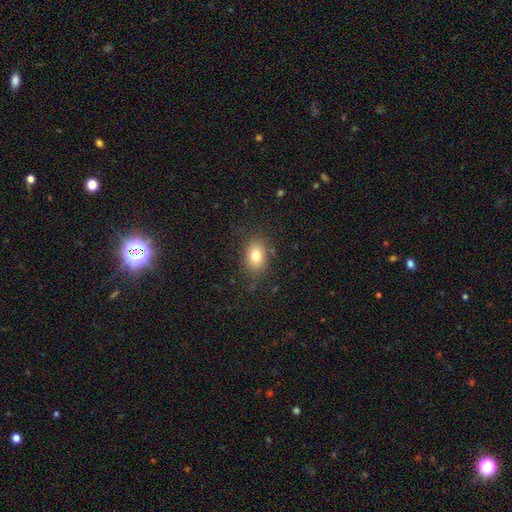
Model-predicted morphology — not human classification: Smooth or featured? smooth (78%)
How rounded? in between (72%)
Merging? none (81%)